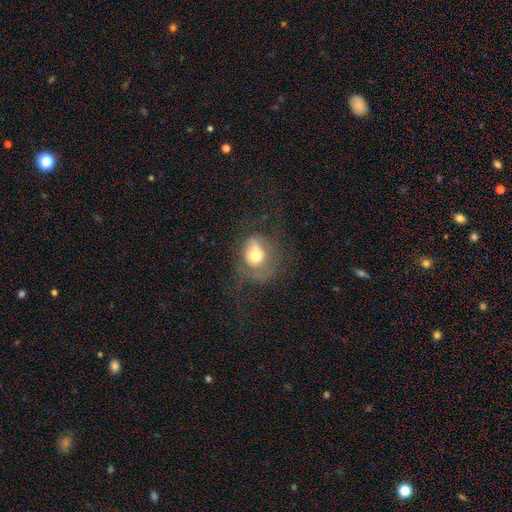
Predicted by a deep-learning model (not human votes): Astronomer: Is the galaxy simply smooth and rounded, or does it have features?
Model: smooth — 60%.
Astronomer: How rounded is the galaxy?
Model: round — 59% (runner-up: in between, 39%).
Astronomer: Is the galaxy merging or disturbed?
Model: none — 35% (runner-up: major disturbance, 34%).